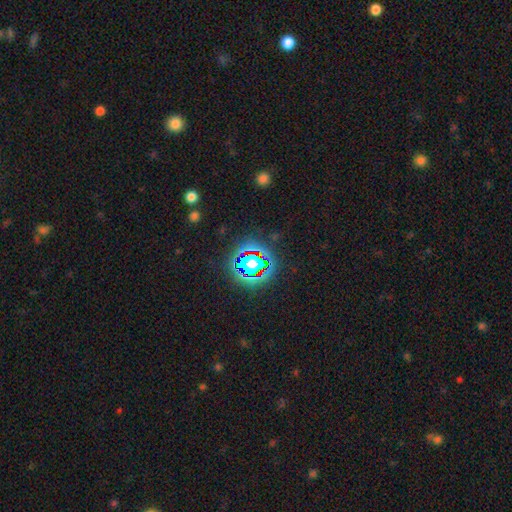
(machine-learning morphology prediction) The model was most divided on "smooth or featured": star or artifact: 79%, smooth: 14%, featured or disk: 8%.